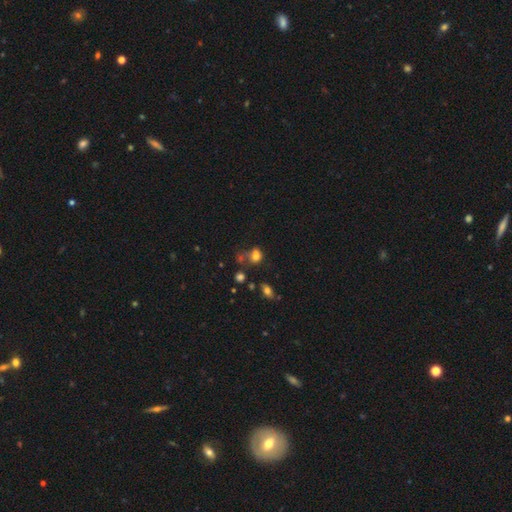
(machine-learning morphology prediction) smooth-or-featured: smooth: 71% | star or artifact: 17% | featured or disk: 11%
  how-rounded: in between: 58% | round: 40% | cigar-shaped: 2%
  merging: none: 42% | merger: 26% | minor disturbance: 19% | major disturbance: 13%